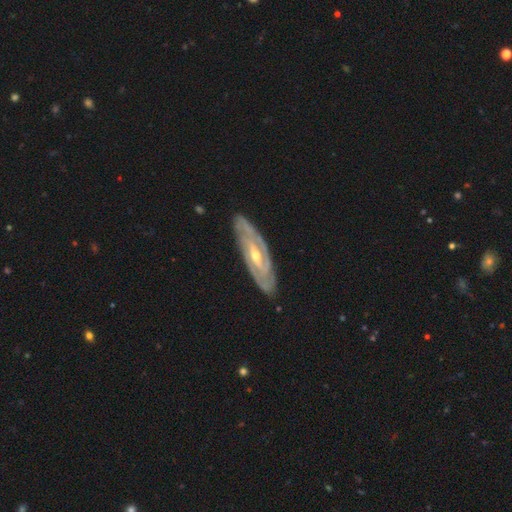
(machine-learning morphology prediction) smooth-or-featured: featured or disk: 88% | smooth: 7% | star or artifact: 5%
  disk-edge-on: no: 86% | yes: 14%
    bar: weak: 41% | no: 31% | strong: 28%
    has-spiral-arms: yes: 95% | no: 5%
      spiral-winding: tight: 66% | medium: 29% | loose: 6%
      spiral-arm-count: 2: 61% | can't tell: 18% | 3: 11% | 4: 4% | 1: 3% | more than 4: 3%
    bulge-size: moderate: 50% | small: 47% | large: 2% | none: 1% | dominant: 1%
  merging: none: 83% | minor disturbance: 13% | major disturbance: 3% | merger: 1%